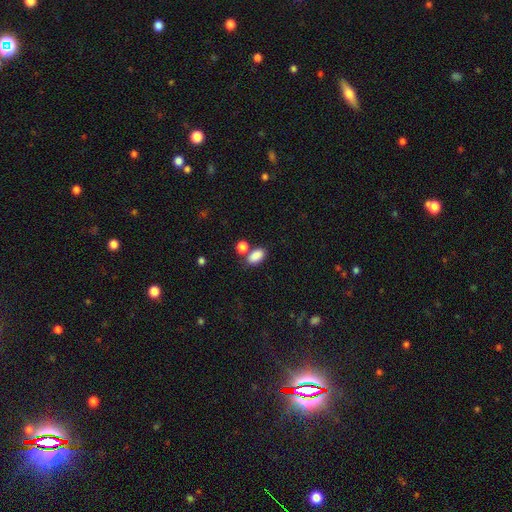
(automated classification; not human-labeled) The model was most divided on "merging": none: 63%, merger: 20%, minor disturbance: 13%, major disturbance: 4%. More confident: how rounded — in between (90%); smooth or featured — smooth (87%).